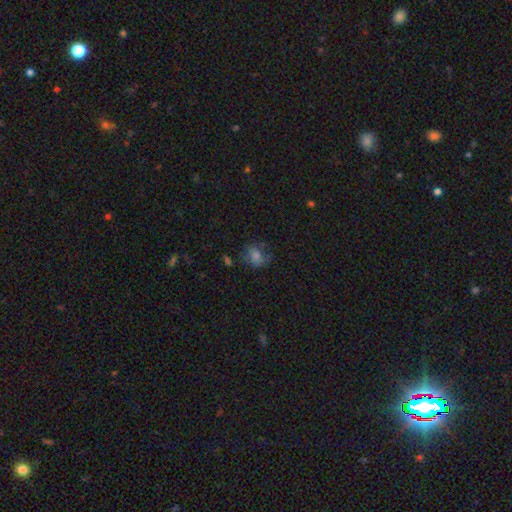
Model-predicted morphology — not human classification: smooth-or-featured: smooth: 60% | featured or disk: 22% | star or artifact: 18%
  how-rounded: round: 55% | in between: 43% | cigar-shaped: 1%
  merging: none: 56% | minor disturbance: 25% | major disturbance: 16% | merger: 4%